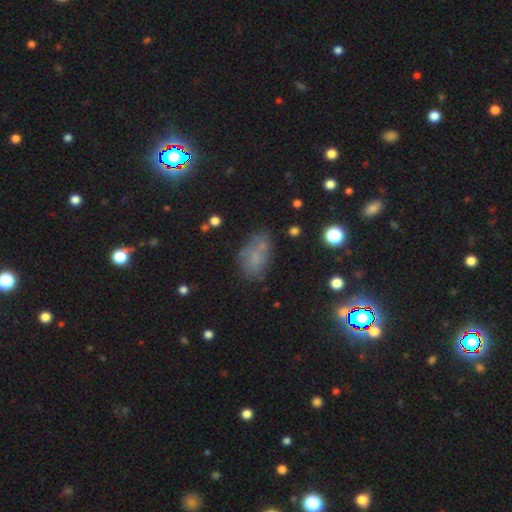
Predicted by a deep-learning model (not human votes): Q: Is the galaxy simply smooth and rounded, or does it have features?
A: smooth — 52%.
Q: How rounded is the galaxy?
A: in between — 86%.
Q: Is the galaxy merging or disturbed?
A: none — 57%.